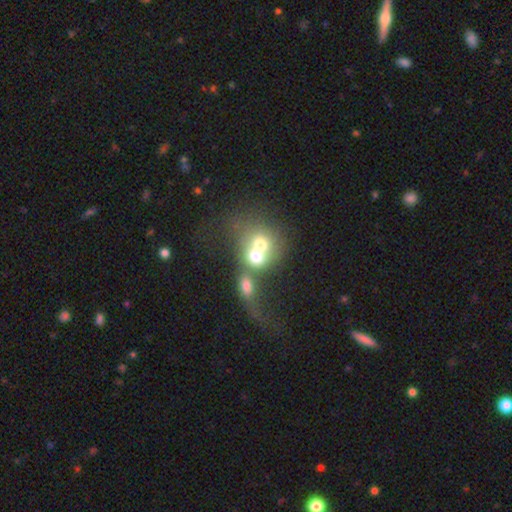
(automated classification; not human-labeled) This appears to be a smooth galaxy with no disk features (60%) that is round (65%). Merging: merger (73%).